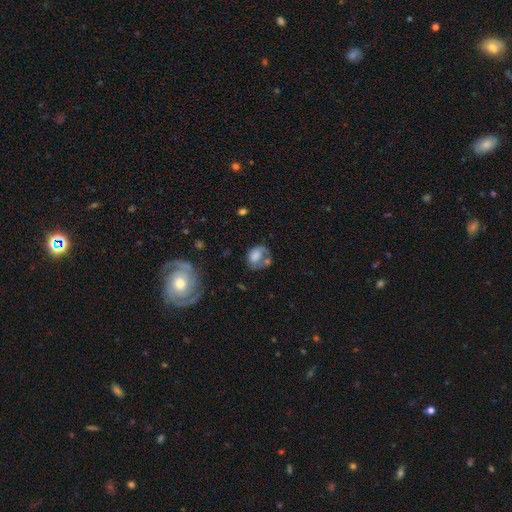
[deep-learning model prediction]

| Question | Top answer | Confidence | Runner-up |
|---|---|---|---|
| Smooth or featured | smooth | 58% | featured or disk (32%) |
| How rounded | in between | 61% | round (38%) |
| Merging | none | 34% | major disturbance (25%) |